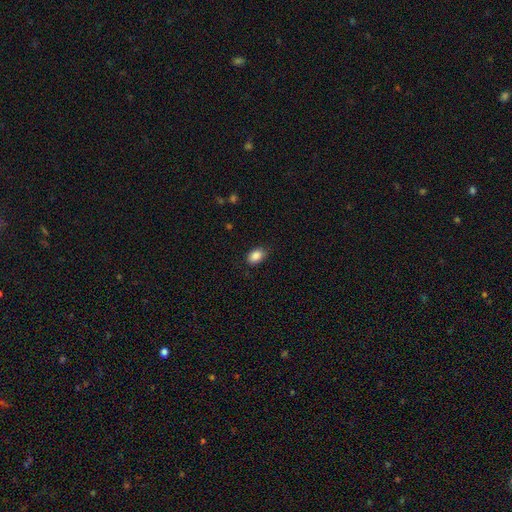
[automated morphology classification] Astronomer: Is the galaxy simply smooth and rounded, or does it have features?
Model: smooth — 88%.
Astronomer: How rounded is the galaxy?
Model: in between — 85%.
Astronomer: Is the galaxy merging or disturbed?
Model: none — 80%.